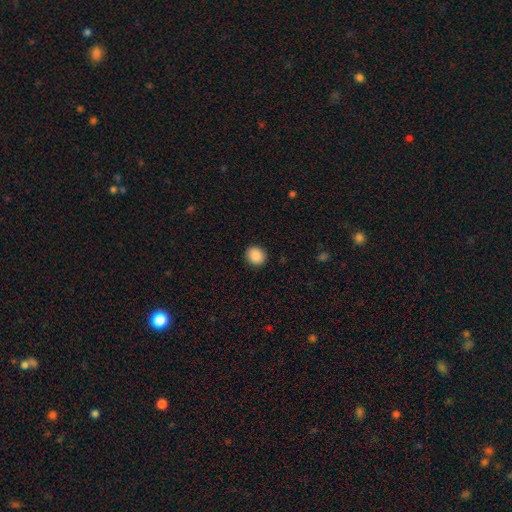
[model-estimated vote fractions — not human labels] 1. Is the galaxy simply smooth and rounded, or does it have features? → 90% smooth, 8% star or artifact, 3% featured or disk.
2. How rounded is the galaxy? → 83% round, 16% in between, 1% cigar-shaped.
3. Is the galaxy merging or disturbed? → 91% none, 6% minor disturbance, 2% major disturbance, 1% merger.